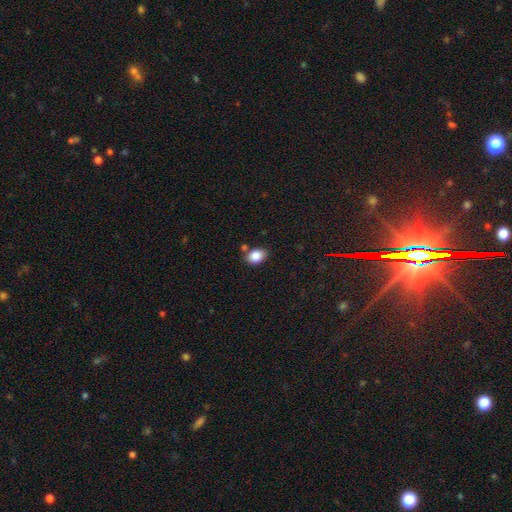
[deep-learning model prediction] Q: Smooth or featured?
A: smooth (85%); runner-up: star or artifact (9%)
Q: How rounded?
A: in between (73%); runner-up: round (26%)
Q: Merging?
A: none (73%); runner-up: minor disturbance (14%)